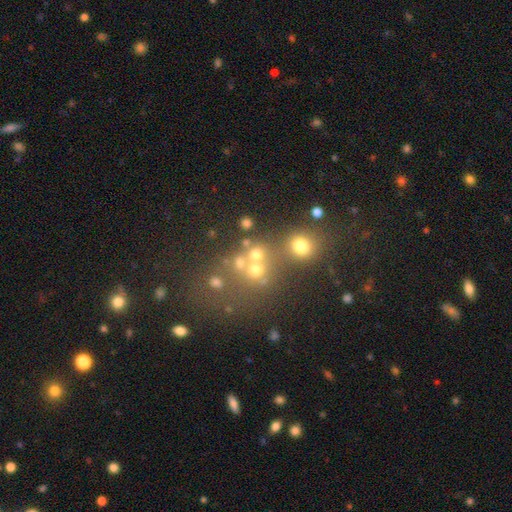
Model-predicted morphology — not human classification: The model was most divided on "smooth or featured": smooth: 41%, star or artifact: 40%, featured or disk: 19%. More confident: merging — none (51%).